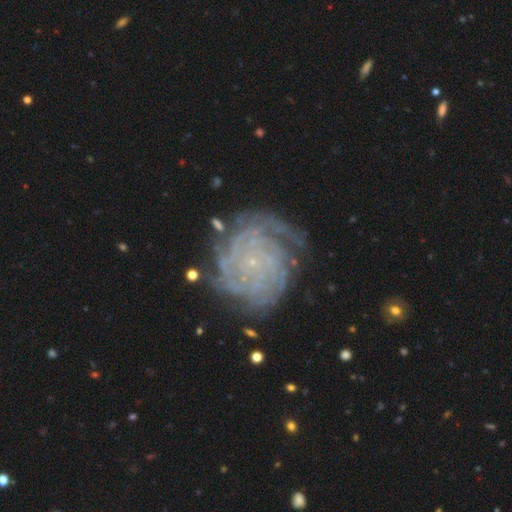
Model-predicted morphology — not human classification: Overall: featured or disk (82%). Edge-on disk: no (97%). Bar: no (80%). Spiral arms: yes (95%). Spiral arm count: can't tell (32%; more than 4 21%). Spiral winding: tight (79%). Bulge size: small (87%). Merging: none (71%).